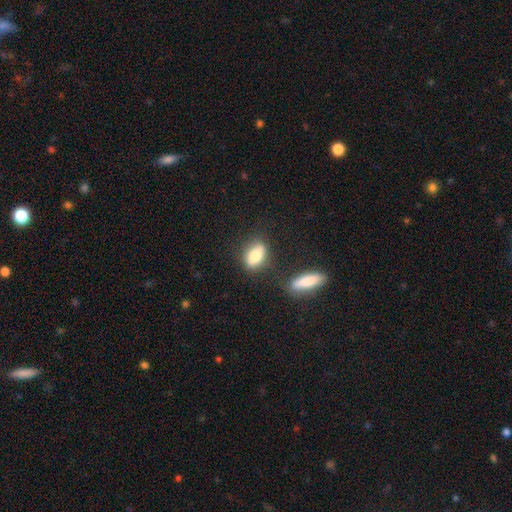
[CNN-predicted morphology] A smooth galaxy with no disk features (80%) that is in between round and cigar-shaped (80%).

Vote fractions:
- Smooth or featured? smooth: 80% / featured or disk: 13% / star or artifact: 7%
- How rounded? in between: 80% / round: 11% / cigar-shaped: 9%
- Merging? none: 73% / minor disturbance: 14% / merger: 10% / major disturbance: 4%